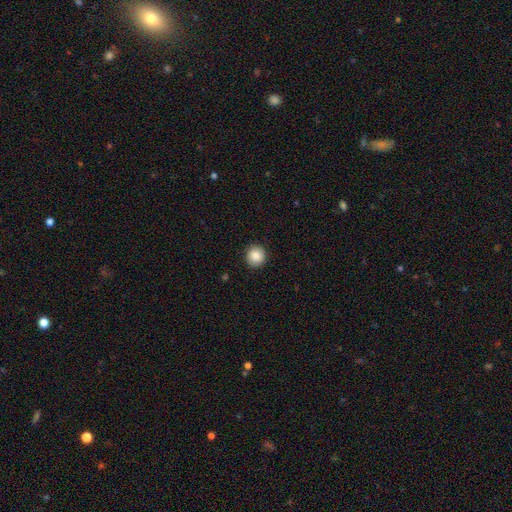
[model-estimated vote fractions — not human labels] Smooth or featured? Predicted: smooth (p=0.86). How rounded? Predicted: round (p=0.92). Merging? Predicted: none (p=0.91).